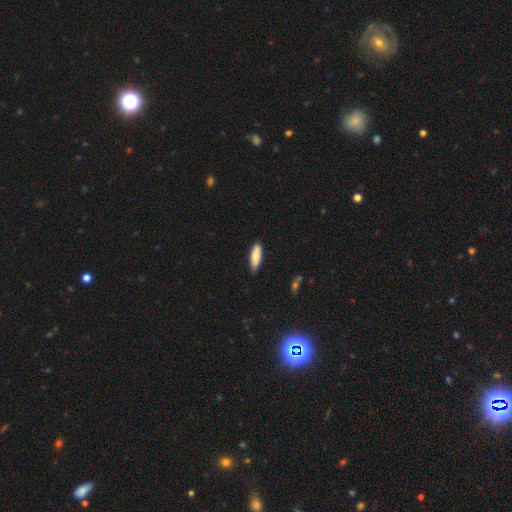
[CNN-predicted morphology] This is clearly a smooth galaxy (83%). How rounded: possibly cigar-shaped (57%). Merging: clearly none (86%).